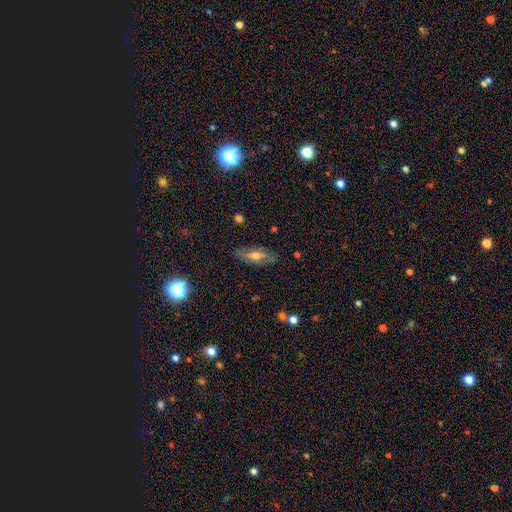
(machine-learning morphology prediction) Smooth or featured? Predicted: featured or disk (p=0.47). Merging? Predicted: none (p=0.81).